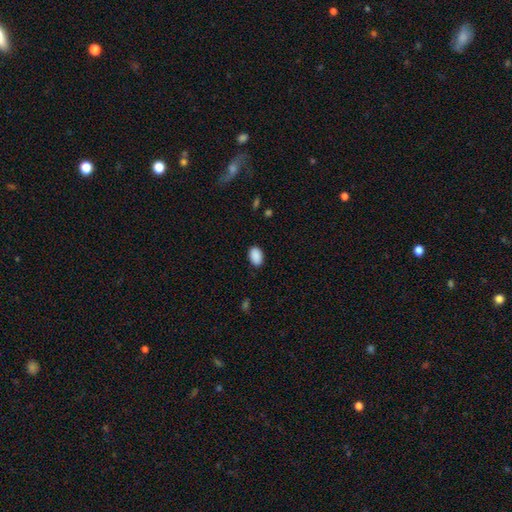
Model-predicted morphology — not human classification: smooth_or_featured: smooth (p=0.91) [alt: star or artifact p=0.07]
how_rounded: in between (p=0.89) [alt: round p=0.10]
merging: none (p=0.87) [alt: minor disturbance p=0.10]